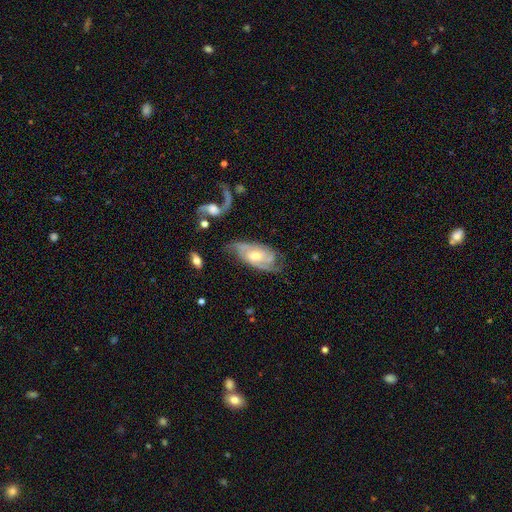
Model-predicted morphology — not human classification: This appears to be a featured or disk galaxy (84%) with no bar (63%), 2 (49%) tight (44%) spiral arms (95%) and a moderate central bulge (64%). Merging: none (63%).